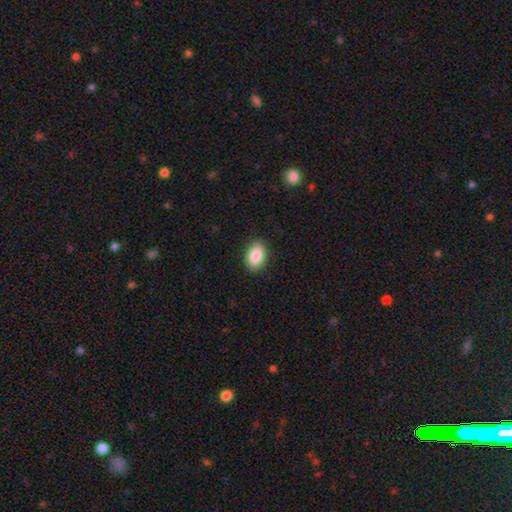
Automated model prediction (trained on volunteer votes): Smooth or featured? smooth (88%)
How rounded? in between (88%)
Merging? none (88%)